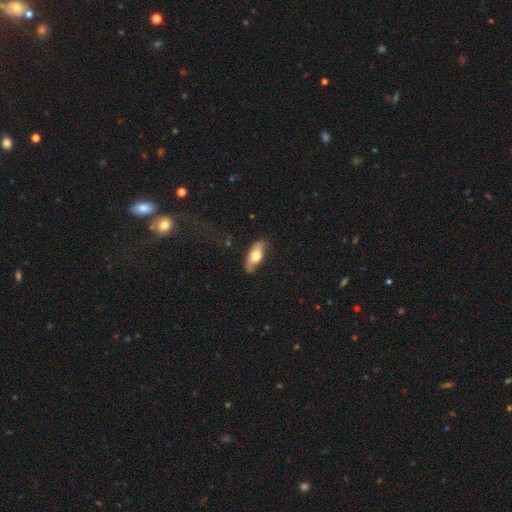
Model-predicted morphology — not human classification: smooth-or-featured: smooth: 62% | featured or disk: 32% | star or artifact: 6%
  how-rounded: in between: 80% | cigar-shaped: 16% | round: 3%
  merging: none: 79% | minor disturbance: 17% | major disturbance: 3% | merger: 1%